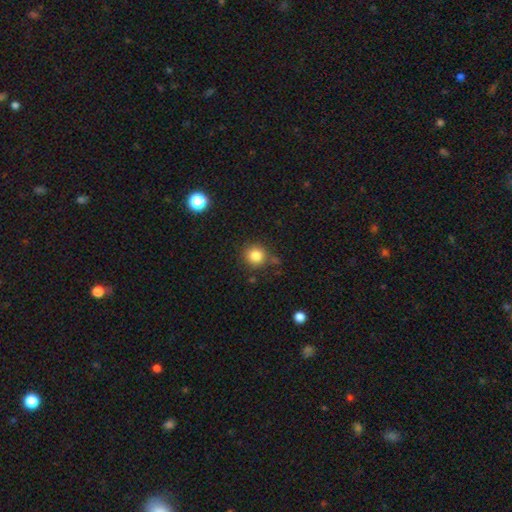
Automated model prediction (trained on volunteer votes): smooth 83%, star or artifact 11%, featured or disk 5%. Down the decision tree: how rounded — round (92%); merging — none (78%).